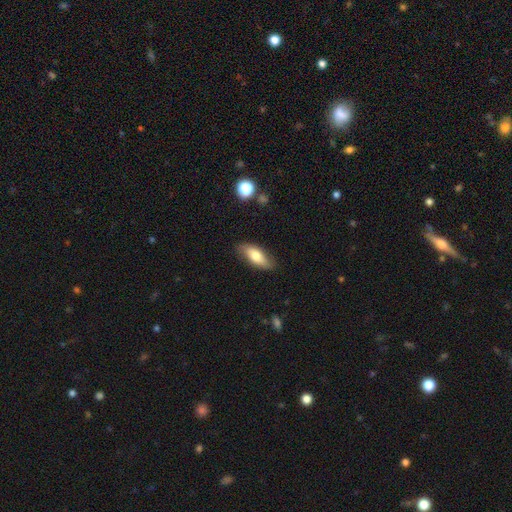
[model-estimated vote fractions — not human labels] Smooth or featured: smooth — 72% (featured or disk — 22%)
How rounded: in between — 78% (cigar-shaped — 19%)
Merging: none — 79% (minor disturbance — 16%)